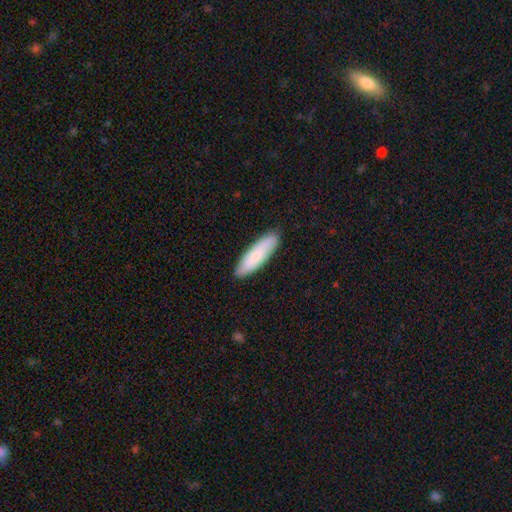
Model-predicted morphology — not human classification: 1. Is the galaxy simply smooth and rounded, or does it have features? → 80% smooth, 15% featured or disk, 6% star or artifact.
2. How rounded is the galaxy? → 63% cigar-shaped, 36% in between, 1% round.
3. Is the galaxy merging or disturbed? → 88% none, 9% minor disturbance, 2% major disturbance, 1% merger.